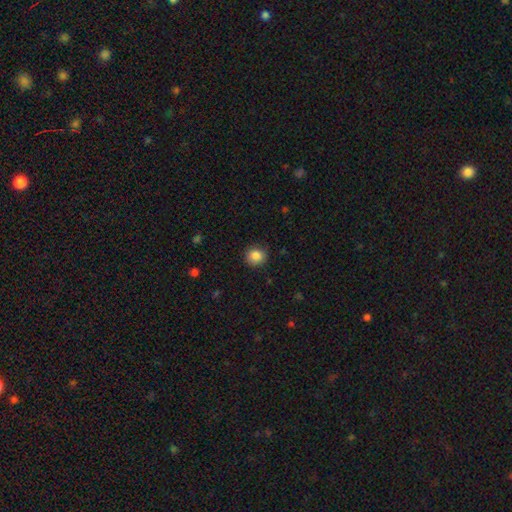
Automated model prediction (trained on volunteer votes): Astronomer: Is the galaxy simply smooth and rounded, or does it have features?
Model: smooth — 86%.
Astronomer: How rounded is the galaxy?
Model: round — 85%.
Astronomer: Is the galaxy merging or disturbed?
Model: none — 87%.